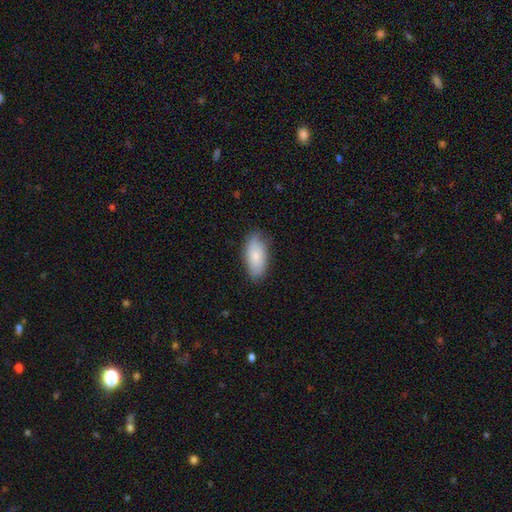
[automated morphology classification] Overall: smooth (78%). How rounded: in between (89%). Merging: none (80%).